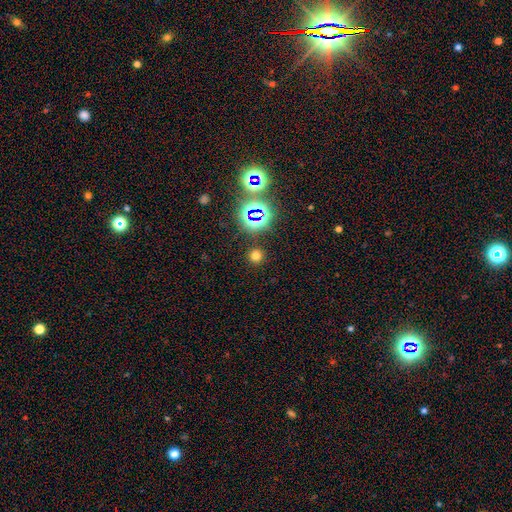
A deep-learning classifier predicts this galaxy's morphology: This is likely a smooth galaxy (67%). How rounded: clearly round (92%). Merging: clearly none (89%).